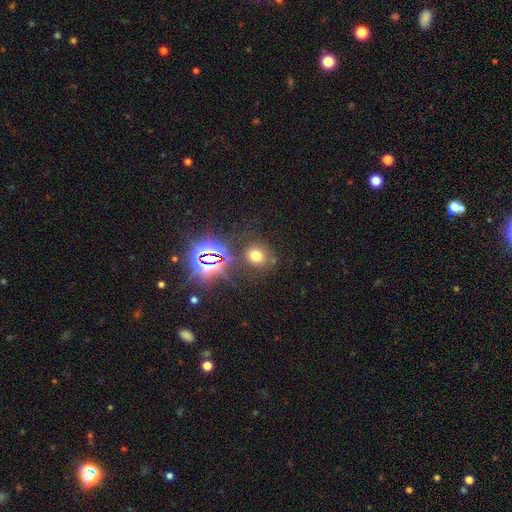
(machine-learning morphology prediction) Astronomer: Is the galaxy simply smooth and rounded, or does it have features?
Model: smooth — 61%.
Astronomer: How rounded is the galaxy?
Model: round — 73%.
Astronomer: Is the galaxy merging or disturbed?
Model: none — 75%.